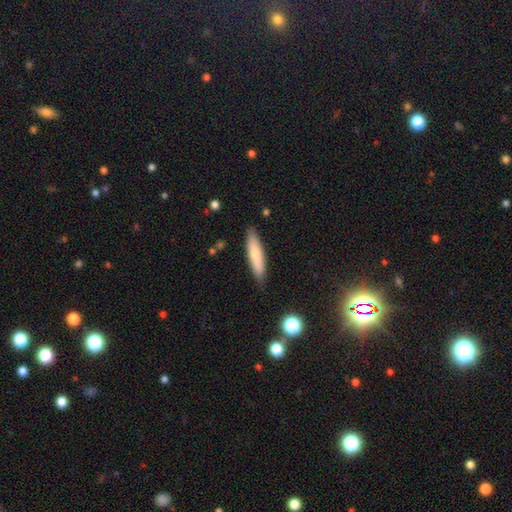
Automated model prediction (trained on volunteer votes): This appears to be a smooth galaxy with no disk features (74%) that is cigar-shaped (79%). Merging: none (85%).